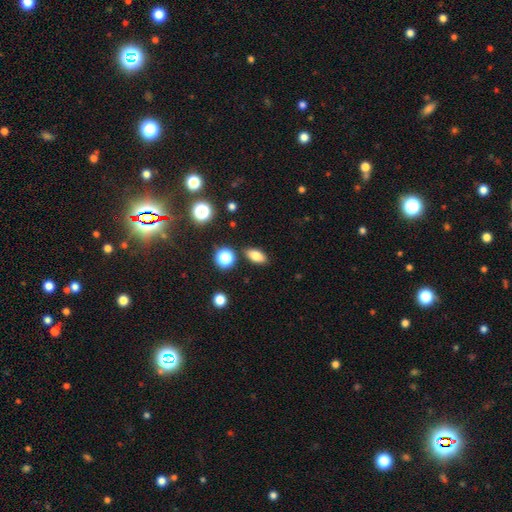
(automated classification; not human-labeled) Smooth or featured: smooth — 78% (star or artifact — 12%)
How rounded: in between — 83% (round — 9%)
Merging: none — 86% (minor disturbance — 8%)